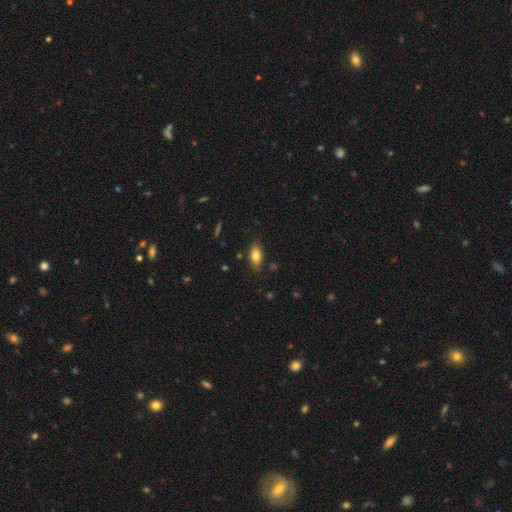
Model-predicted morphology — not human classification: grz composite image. It shows a smooth galaxy with no disk features (79%) that is in between round and cigar-shaped (86%). Merging: none (84%).